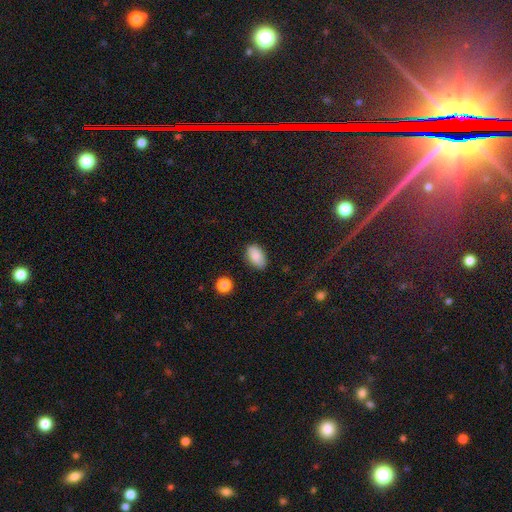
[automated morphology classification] A smooth galaxy with no disk features (87%) that is in between round and cigar-shaped (93%). Merging: none (84%).